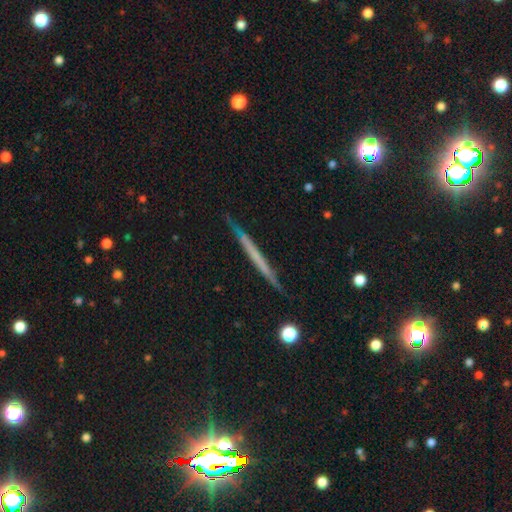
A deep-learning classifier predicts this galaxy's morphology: This appears to be a featured or disk galaxy (53%) viewed edge-on (96%) with no central bulge (91%). Merging: none (89%).